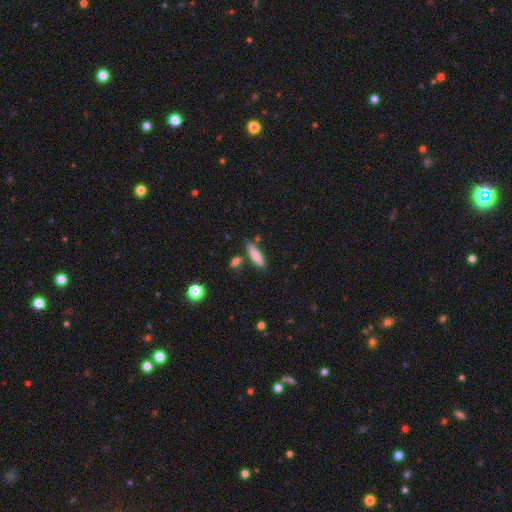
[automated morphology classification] Smooth or featured? smooth (81%)
How rounded? cigar-shaped (65%)
Merging? none (72%)